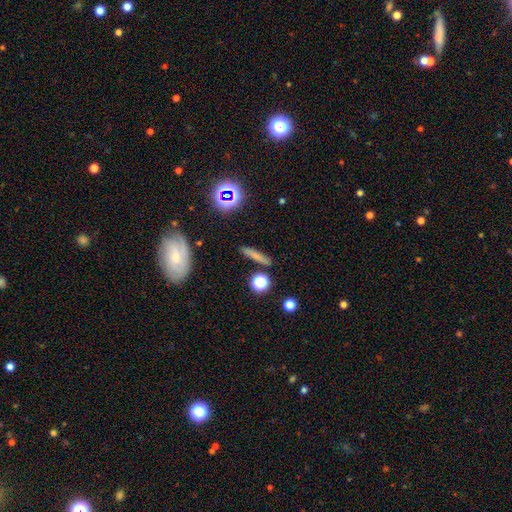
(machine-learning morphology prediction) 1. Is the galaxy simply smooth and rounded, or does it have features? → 70% smooth, 17% featured or disk, 13% star or artifact.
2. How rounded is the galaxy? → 83% cigar-shaped, 10% in between, 7% round.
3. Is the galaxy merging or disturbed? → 85% none, 9% minor disturbance, 3% merger, 3% major disturbance.